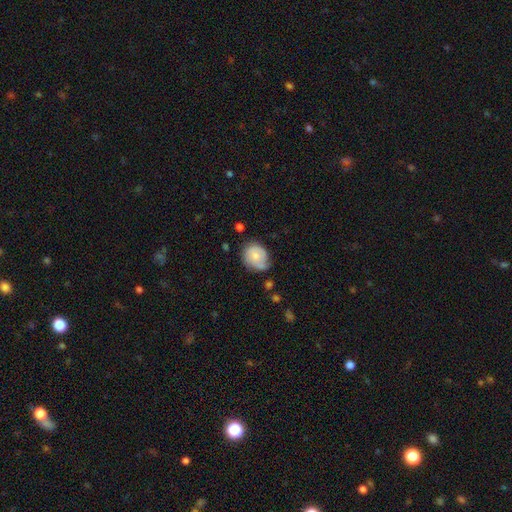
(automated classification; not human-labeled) A smooth galaxy with no disk features (56%) that is round (63%). Merging: none (55%).